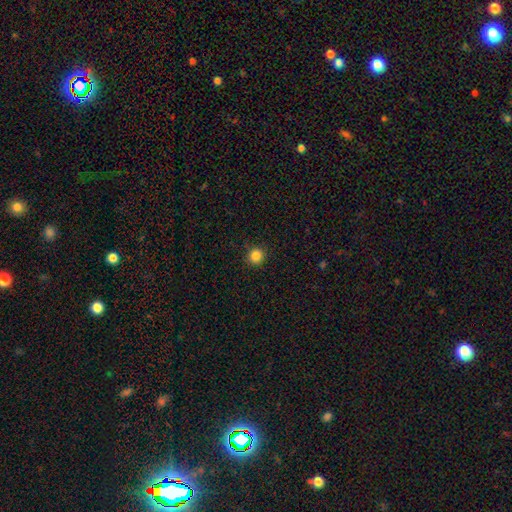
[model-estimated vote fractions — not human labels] A smooth galaxy with no disk features (85%) that is round (93%).

Vote fractions:
- Smooth or featured? smooth: 85% / star or artifact: 11% / featured or disk: 4%
- How rounded? round: 93% / in between: 6% / cigar-shaped: 1%
- Merging? none: 91% / minor disturbance: 6% / major disturbance: 2% / merger: 1%